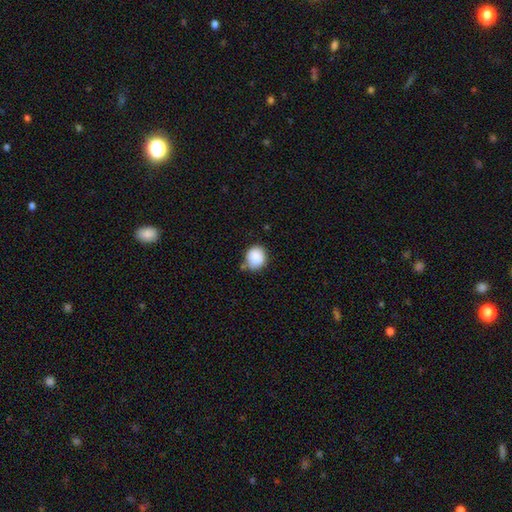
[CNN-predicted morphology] A smooth galaxy with no disk features (89%) that is round (75%).

Vote fractions:
- Smooth or featured? smooth: 89% / star or artifact: 8% / featured or disk: 4%
- How rounded? round: 75% / in between: 25% / cigar-shaped: 1%
- Merging? none: 70% / minor disturbance: 19% / merger: 7% / major disturbance: 4%